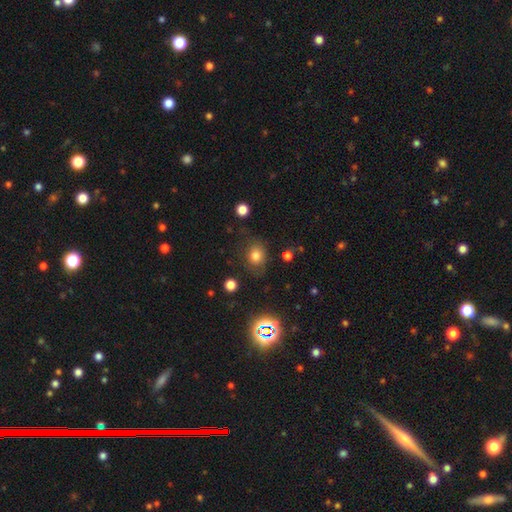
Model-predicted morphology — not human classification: Smooth or featured: smooth — 75% (star or artifact — 16%)
How rounded: round — 64% (in between — 35%)
Merging: none — 74% (minor disturbance — 17%)